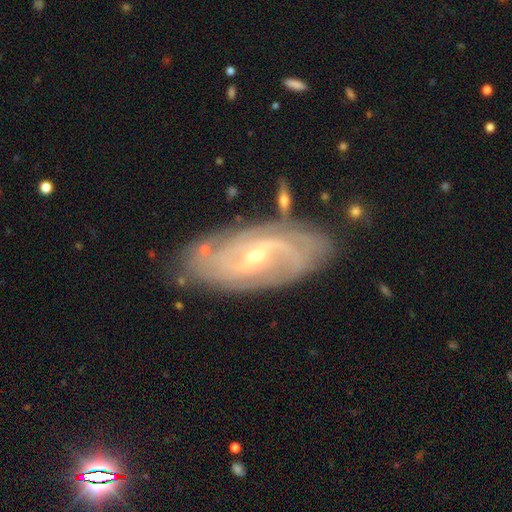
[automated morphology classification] Smooth or featured? featured or disk (86%)
Edge-on disk? no (94%)
Bar? weak (48%)
Spiral arms? yes (94%)
Spiral winding? medium (41%)
Spiral arm count? 2 (59%)
Bulge size? small (68%)
Merging? none (71%)